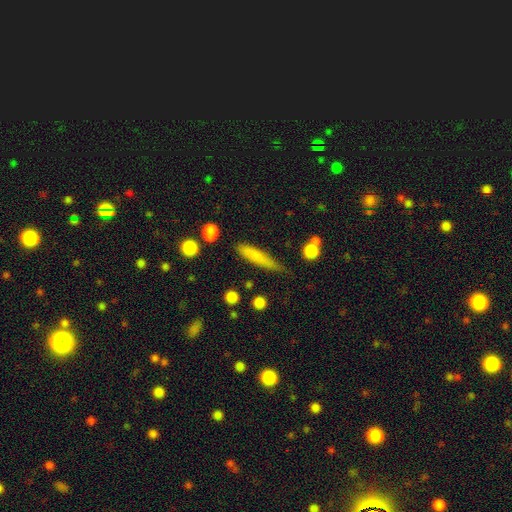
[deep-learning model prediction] Smooth or featured: smooth — 73% (featured or disk — 20%)
How rounded: cigar-shaped — 86% (in between — 12%)
Merging: none — 66% (minor disturbance — 23%)